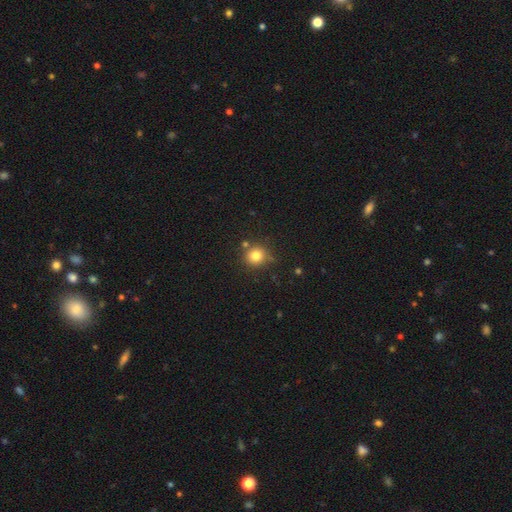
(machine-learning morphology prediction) Smooth or featured: smooth — 80% (star or artifact — 13%)
How rounded: round — 90% (in between — 9%)
Merging: none — 78% (minor disturbance — 11%)